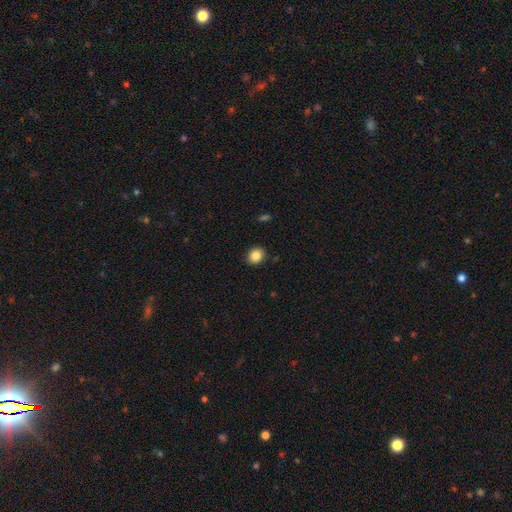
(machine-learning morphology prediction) Smooth or featured: smooth — 86% (star or artifact — 9%)
How rounded: round — 68% (in between — 31%)
Merging: none — 90% (minor disturbance — 7%)